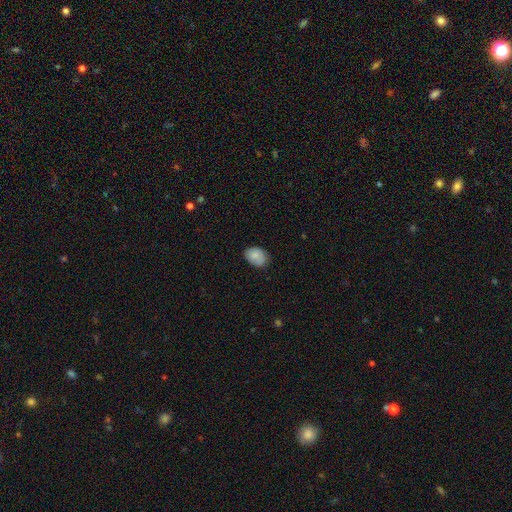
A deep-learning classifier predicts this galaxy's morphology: Smooth or featured? smooth (81%)
How rounded? in between (74%)
Merging? none (75%)